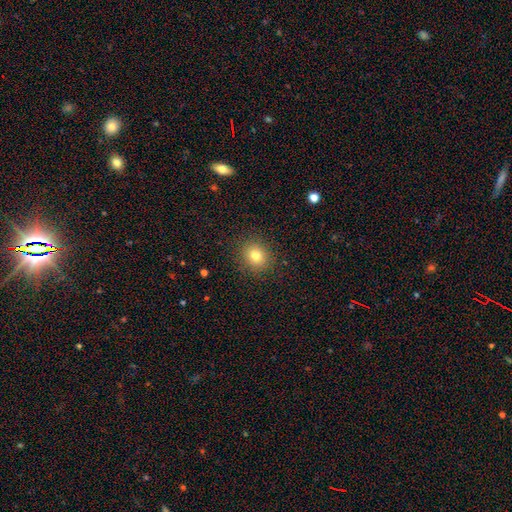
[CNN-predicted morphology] smooth-or-featured: smooth: 79% | star or artifact: 13% | featured or disk: 8%
  how-rounded: round: 73% | in between: 26% | cigar-shaped: 1%
  merging: none: 89% | minor disturbance: 7% | major disturbance: 3% | merger: 1%